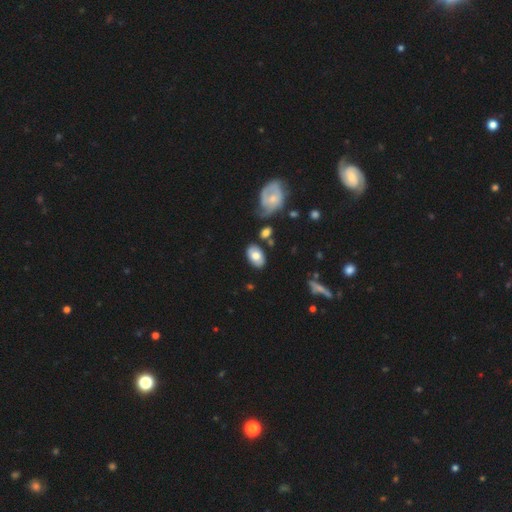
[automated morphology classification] smooth_or_featured: smooth (p=0.68) [alt: featured or disk p=0.26]
how_rounded: in between (p=0.91) [alt: round p=0.08]
merging: none (p=0.75) [alt: minor disturbance p=0.14]